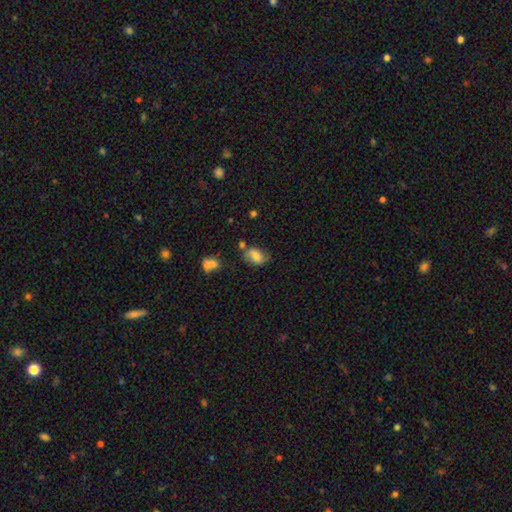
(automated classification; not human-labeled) Morphology: type=smooth (69%); roundness=in between (79%); merging=none (55%).